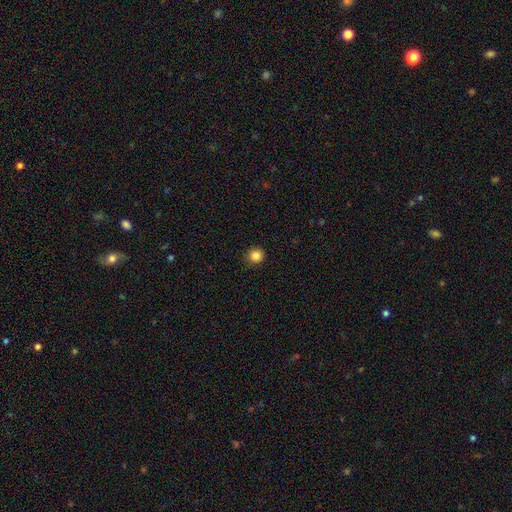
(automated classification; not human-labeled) Smooth or featured: smooth — 84% (star or artifact — 12%)
How rounded: round — 91% (in between — 8%)
Merging: none — 91% (minor disturbance — 6%)